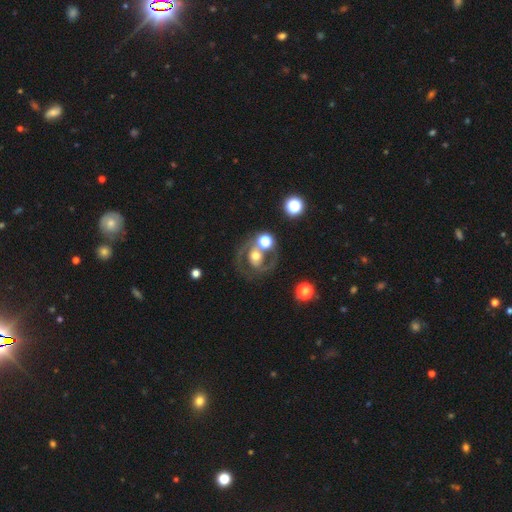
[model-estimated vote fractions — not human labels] smooth-or-featured: featured or disk: 72% | smooth: 19% | star or artifact: 10%
  disk-edge-on: no: 97% | yes: 3%
    bar: no: 54% | weak: 29% | strong: 17%
    has-spiral-arms: yes: 74% | no: 26%
      spiral-winding: medium: 51% | tight: 31% | loose: 18%
      spiral-arm-count: 2: 81% | 1: 8% | can't tell: 7% | 3: 2% | more than 4: 1% | 4: 1%
    bulge-size: moderate: 62% | large: 19% | small: 14% | dominant: 2% | none: 2%
  merging: none: 58% | merger: 18% | minor disturbance: 14% | major disturbance: 10%